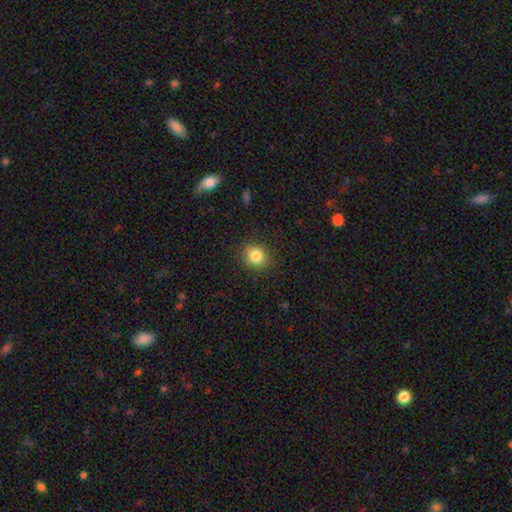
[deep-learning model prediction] Smooth or featured: smooth — 84% (star or artifact — 10%)
How rounded: round — 79% (in between — 20%)
Merging: none — 87% (minor disturbance — 9%)